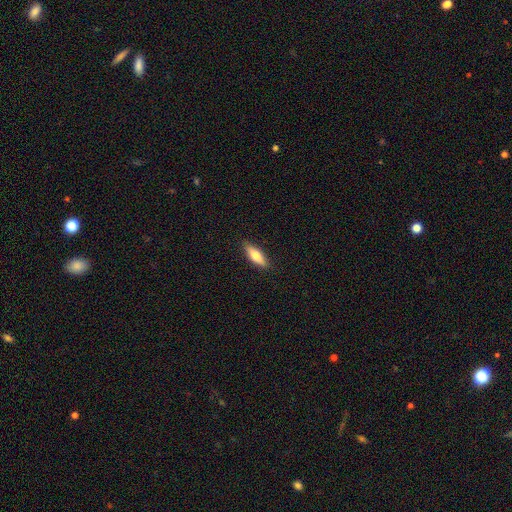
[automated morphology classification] smooth 70%, featured or disk 24%, star or artifact 6%. Down the decision tree: how rounded — in between (52%); merging — none (88%).